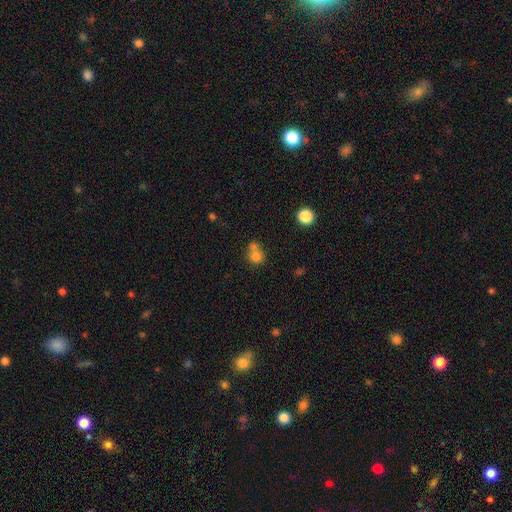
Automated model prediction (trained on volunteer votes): A smooth galaxy with no disk features (76%) that is round (80%). Merging: merger (49%).